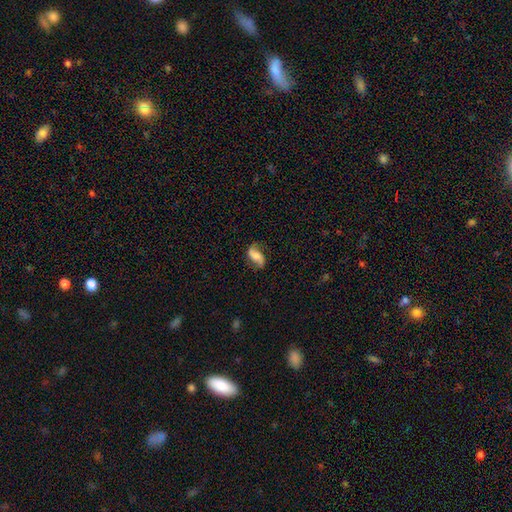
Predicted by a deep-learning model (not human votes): smooth-or-featured: featured or disk: 70% | smooth: 22% | star or artifact: 8%
  disk-edge-on: no: 97% | yes: 3%
    bar: no: 48% | weak: 35% | strong: 17%
    has-spiral-arms: yes: 94% | no: 6%
      spiral-winding: loose: 68% | medium: 24% | tight: 8%
      spiral-arm-count: 2: 91% | 1: 4% | can't tell: 3% | 3: 1% | 4: 1% | more than 4: 1%
    bulge-size: moderate: 35% | small: 30% | none: 18% | large: 14% | dominant: 3%
  merging: none: 75% | minor disturbance: 16% | major disturbance: 7% | merger: 2%